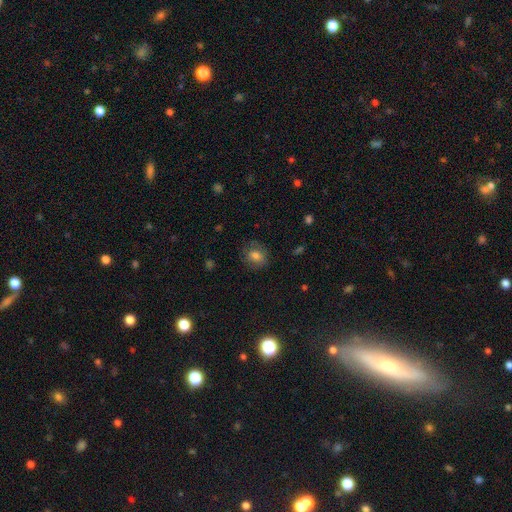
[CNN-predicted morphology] Smooth or featured? smooth (73%)
How rounded? round (73%)
Merging? none (79%)